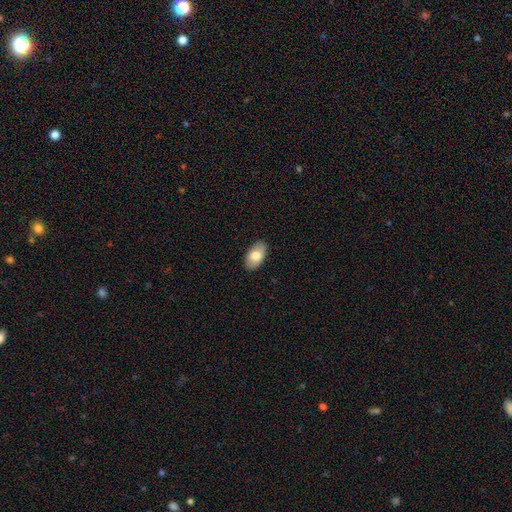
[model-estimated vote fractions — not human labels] smooth 79%, featured or disk 15%, star or artifact 6%. Down the decision tree: how rounded — in between (95%); merging — none (88%).